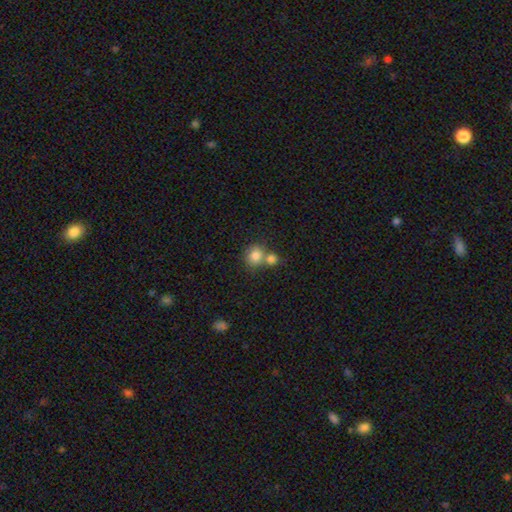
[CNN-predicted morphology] Overall: smooth (82%). How rounded: round (79%). Merging: none (45%; merger 44%).